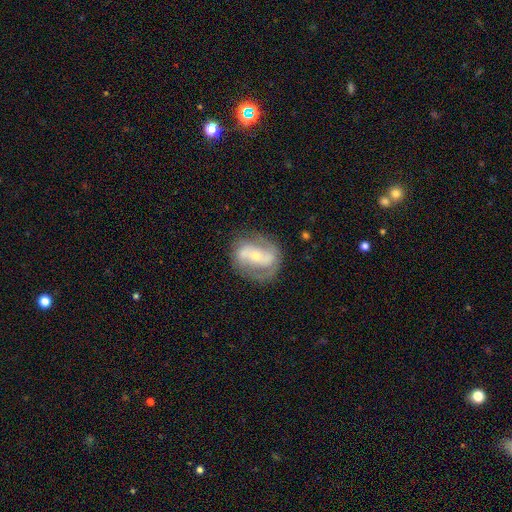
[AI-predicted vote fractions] featured or disk 77%, smooth 17%, star or artifact 6%. Down the decision tree: edge-on disk — no (96%); bar — strong (37%); spiral arms — yes (79%); spiral arm count — 2 (79%); spiral winding — medium (44%); bulge size — small (57%); merging — none (68%).